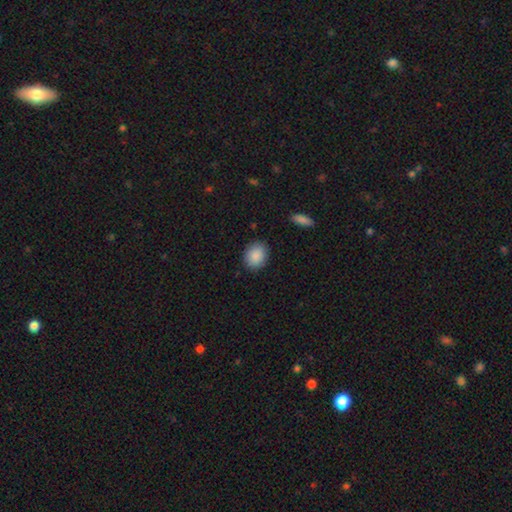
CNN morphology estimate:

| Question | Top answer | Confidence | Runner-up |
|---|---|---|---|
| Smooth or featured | smooth | 89% | star or artifact (7%) |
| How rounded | in between | 53% | round (46%) |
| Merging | none | 87% | minor disturbance (10%) |